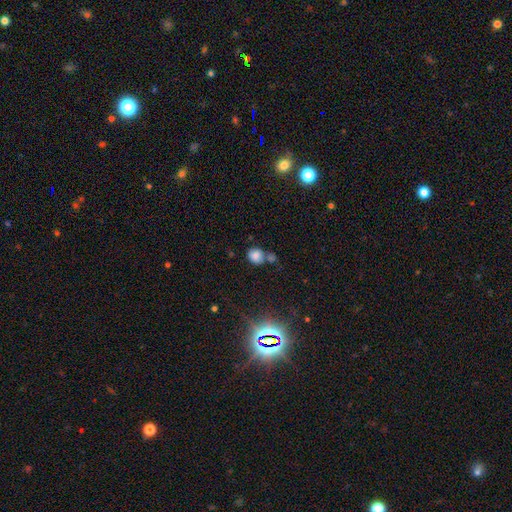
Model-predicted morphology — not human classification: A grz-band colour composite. It shows a smooth galaxy with no disk features (78%) that is round (67%). Merging: none (52%).